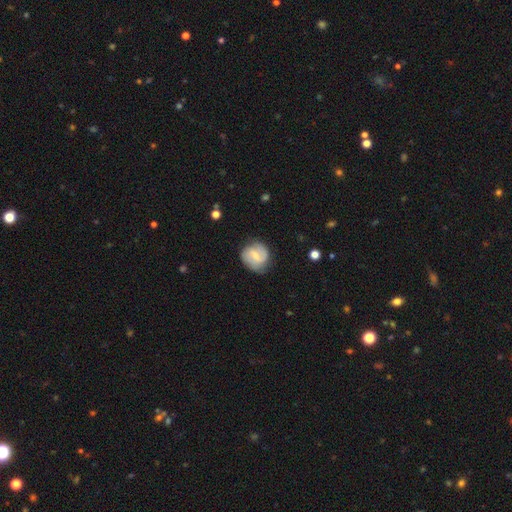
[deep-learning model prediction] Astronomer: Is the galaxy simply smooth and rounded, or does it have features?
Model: featured or disk — 56% (runner-up: smooth, 38%).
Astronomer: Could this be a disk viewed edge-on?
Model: no — 98%.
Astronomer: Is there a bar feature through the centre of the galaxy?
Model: weak — 57%.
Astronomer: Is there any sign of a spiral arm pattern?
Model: yes — 86%.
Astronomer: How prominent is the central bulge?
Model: small — 53%.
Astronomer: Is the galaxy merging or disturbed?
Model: none — 70%.